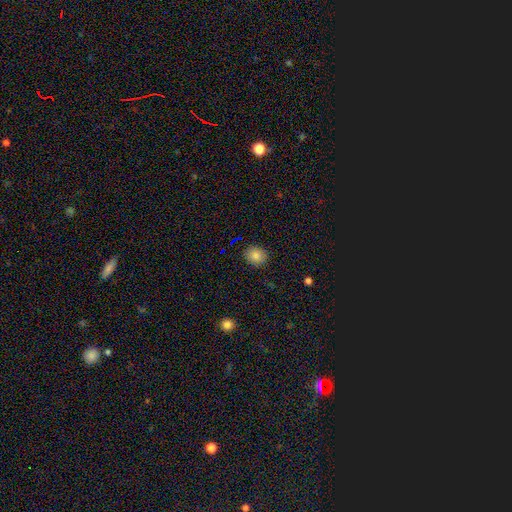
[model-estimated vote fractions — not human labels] The model was most divided on "how rounded": round: 68%, in between: 31%, cigar-shaped: 1%. More confident: merging — none (89%); smooth or featured — smooth (83%).